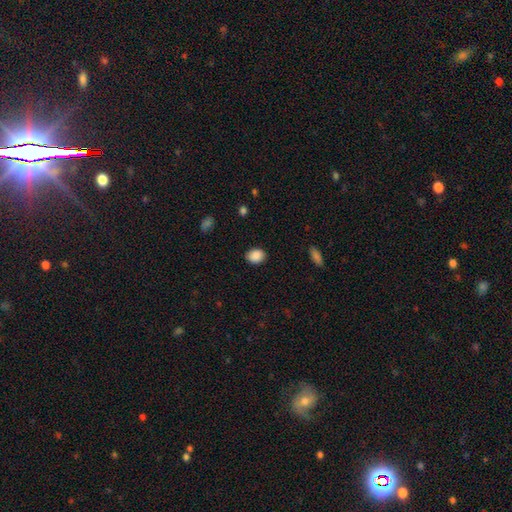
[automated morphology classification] smooth_or_featured: smooth (p=0.88) [alt: star or artifact p=0.08]
how_rounded: in between (p=0.56) [alt: round p=0.43]
merging: none (p=0.87) [alt: minor disturbance p=0.10]